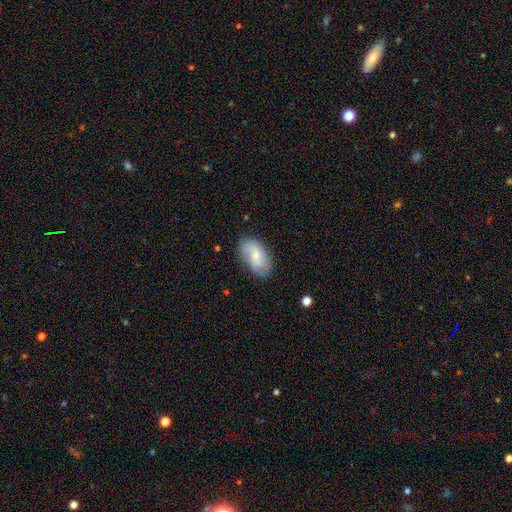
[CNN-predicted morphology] Overall: smooth (51%; featured or disk 42%). How rounded: in between (92%). Merging: none (73%).